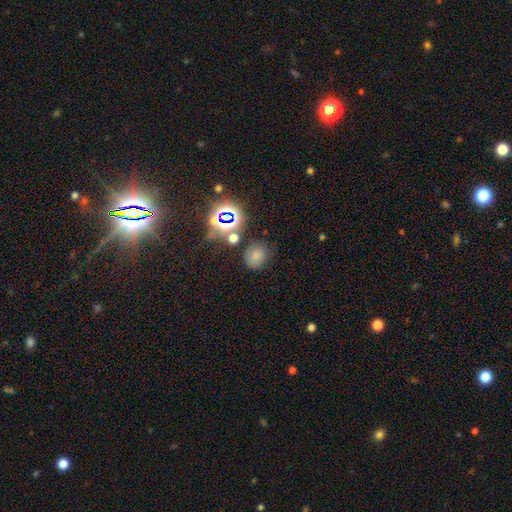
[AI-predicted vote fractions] This appears to be a smooth galaxy with no disk features (66%) that is round (72%). Merging: none (72%).